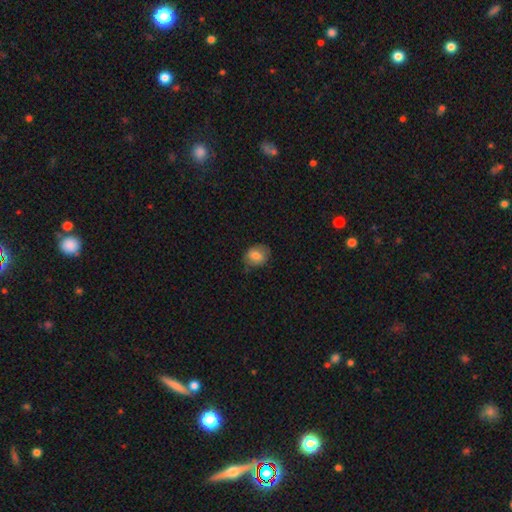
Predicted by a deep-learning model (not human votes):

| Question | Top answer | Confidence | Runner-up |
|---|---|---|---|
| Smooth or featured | smooth | 78% | featured or disk (14%) |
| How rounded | in between | 55% | round (44%) |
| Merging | none | 69% | minor disturbance (23%) |